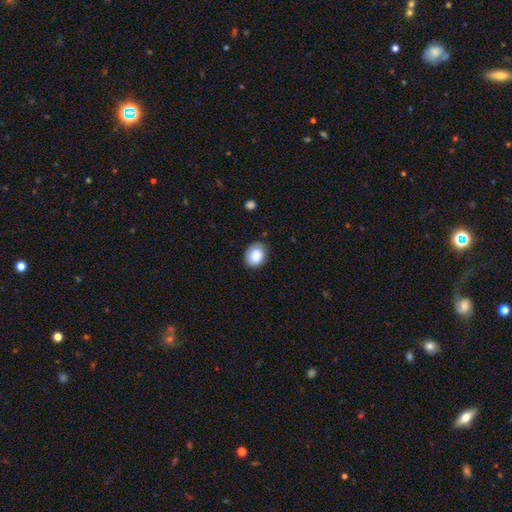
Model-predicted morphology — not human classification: Smooth or featured? smooth (86%)
How rounded? in between (51%)
Merging? none (77%)